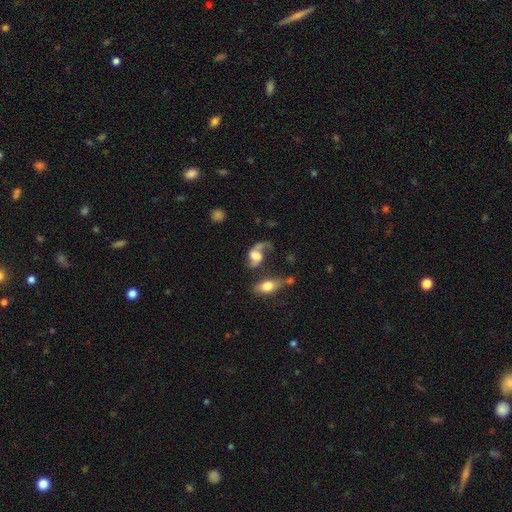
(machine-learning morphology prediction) Q: Smooth or featured?
A: featured or disk (67%); runner-up: smooth (23%)
Q: Edge-on disk?
A: no (95%); runner-up: yes (5%)
Q: Bar?
A: no (53%); runner-up: weak (36%)
Q: Spiral arms?
A: yes (87%); runner-up: no (13%)
Q: Spiral winding?
A: loose (72%); runner-up: medium (23%)
Q: Spiral arm count?
A: 2 (69%); runner-up: 1 (24%)
Q: Bulge size?
A: large (41%); runner-up: moderate (29%)
Q: Merging?
A: none (35%); runner-up: major disturbance (30%)